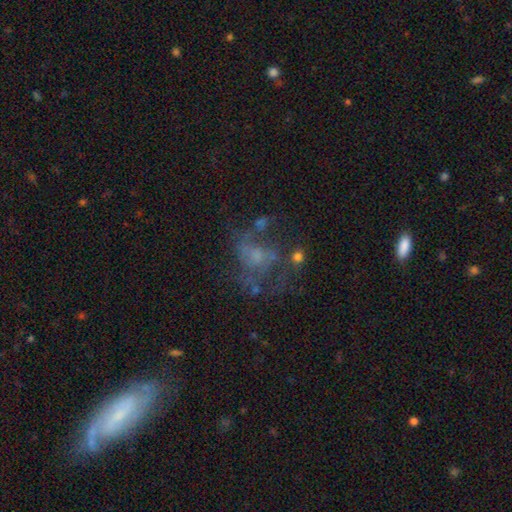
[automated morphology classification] The model was most divided on "merging": none: 39%, major disturbance: 34%, minor disturbance: 17%, merger: 9%. Remaining: edge-on disk — no (98%); bar — no (77%); smooth or featured — featured or disk (56%); spiral arms — no (55%); bulge size — small (35%).